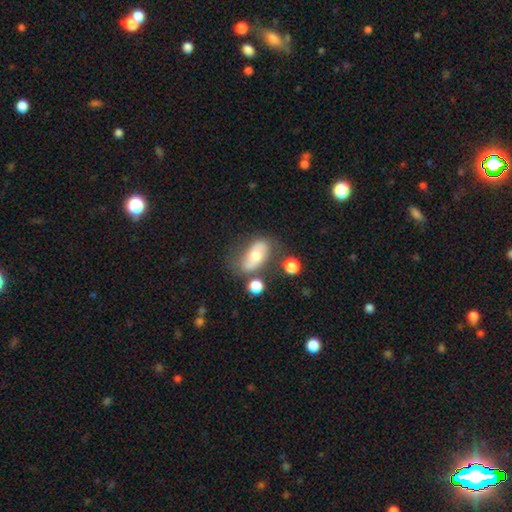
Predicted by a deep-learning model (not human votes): Overall: smooth (48%; featured or disk 43%). Merging: none (63%).